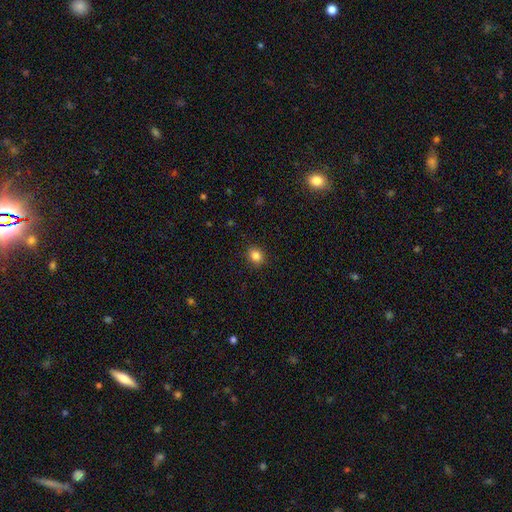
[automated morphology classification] smooth_or_featured: smooth (p=0.85) [alt: star or artifact p=0.11]
how_rounded: round (p=0.70) [alt: in between p=0.30]
merging: none (p=0.90) [alt: minor disturbance p=0.07]